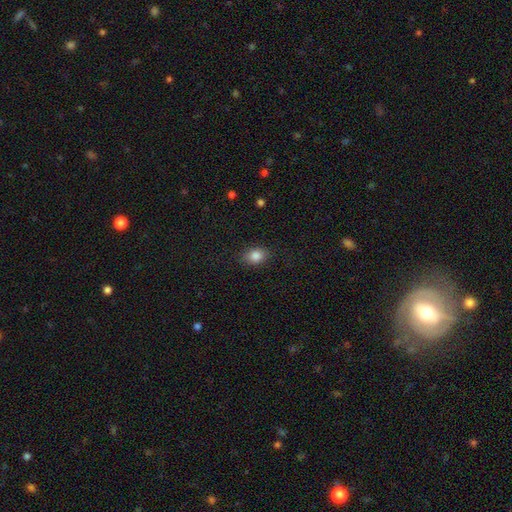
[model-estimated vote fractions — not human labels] Morphology: type=smooth (85%); roundness=in between (69%); merging=none (85%).